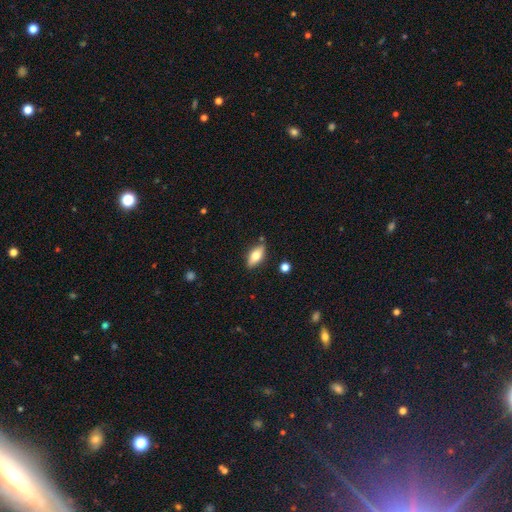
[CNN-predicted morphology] smooth 68%, featured or disk 25%, star or artifact 7%. Down the decision tree: how rounded — in between (82%); merging — none (84%).